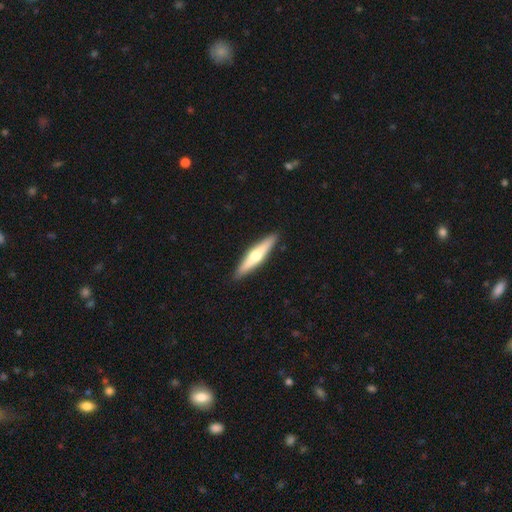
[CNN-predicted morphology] A featured or disk galaxy (50%) viewed edge-on (93%). Merging: none (91%).